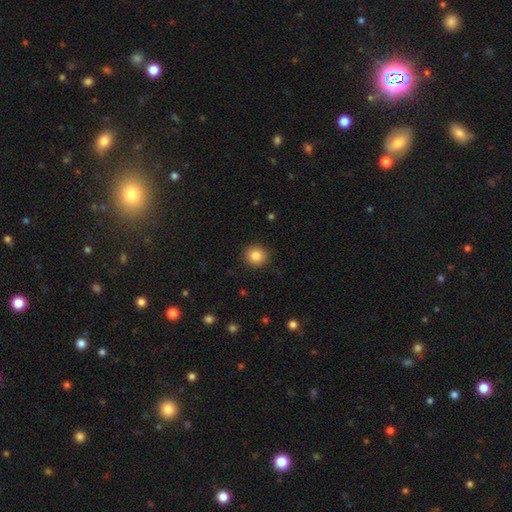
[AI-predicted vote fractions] smooth_or_featured: smooth (p=0.85) [alt: star or artifact p=0.09]
how_rounded: round (p=0.88) [alt: in between p=0.11]
merging: none (p=0.91) [alt: minor disturbance p=0.06]